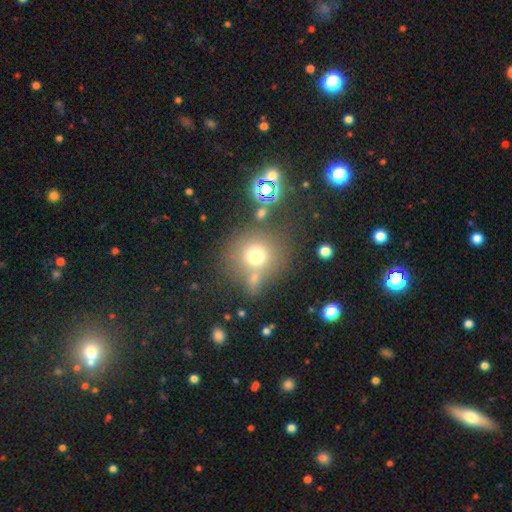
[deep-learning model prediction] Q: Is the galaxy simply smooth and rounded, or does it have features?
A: smooth — 68%.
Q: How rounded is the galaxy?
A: round — 90%.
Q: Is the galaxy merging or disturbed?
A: none — 63%.